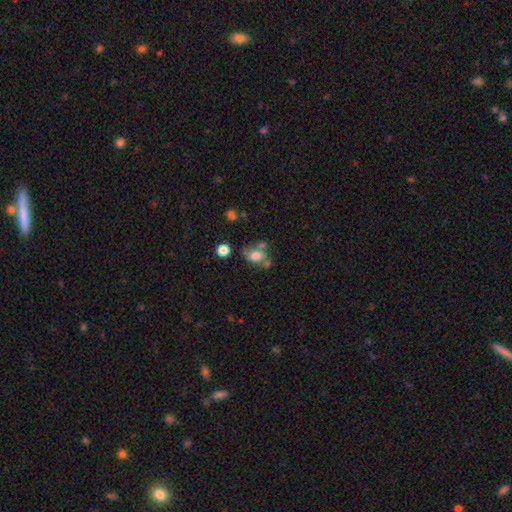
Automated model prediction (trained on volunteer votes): This appears to be a smooth galaxy with no disk features (62%) that is in between round and cigar-shaped (73%). Merging: none (43%).